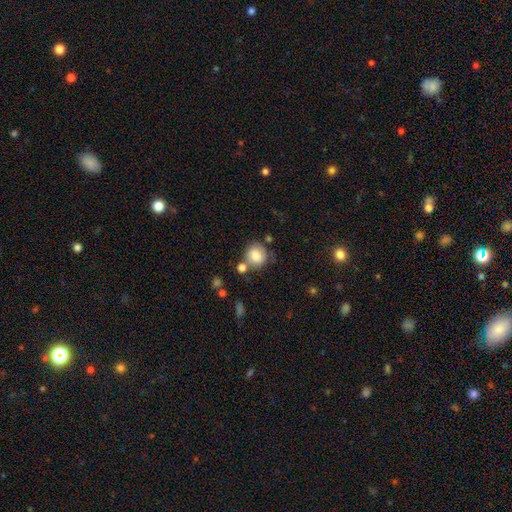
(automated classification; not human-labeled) A smooth galaxy with no disk features (77%) that is round (84%).

Vote fractions:
- Smooth or featured? smooth: 77% / featured or disk: 14% / star or artifact: 9%
- How rounded? round: 84% / in between: 15% / cigar-shaped: 1%
- Merging? none: 64% / minor disturbance: 16% / merger: 15% / major disturbance: 5%